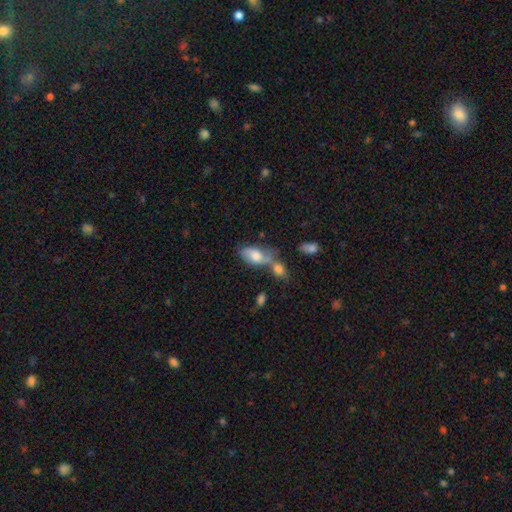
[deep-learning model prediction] Overall: smooth (65%; featured or disk 27%). How rounded: in between (90%). Merging: merger (36%; none 35%).